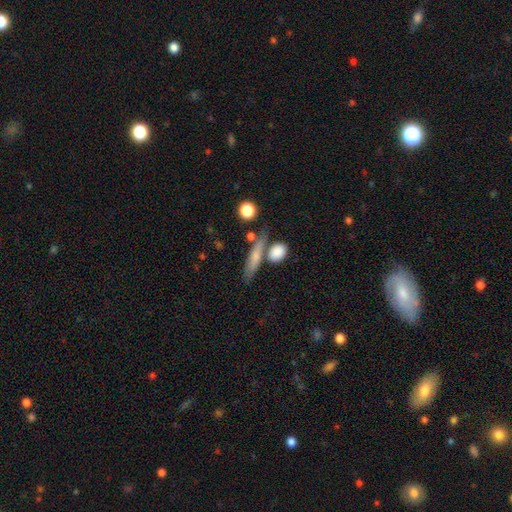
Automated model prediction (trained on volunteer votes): This appears to be a smooth galaxy with no disk features (65%) that is cigar-shaped (65%). Merging: none (65%).